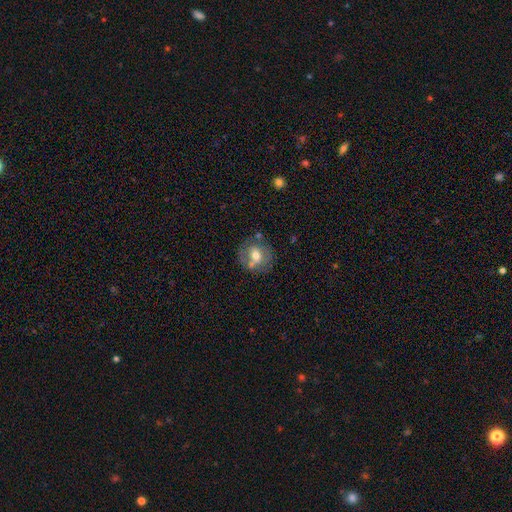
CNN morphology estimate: Smooth or featured? smooth (52%)
How rounded? round (74%)
Merging? none (60%)